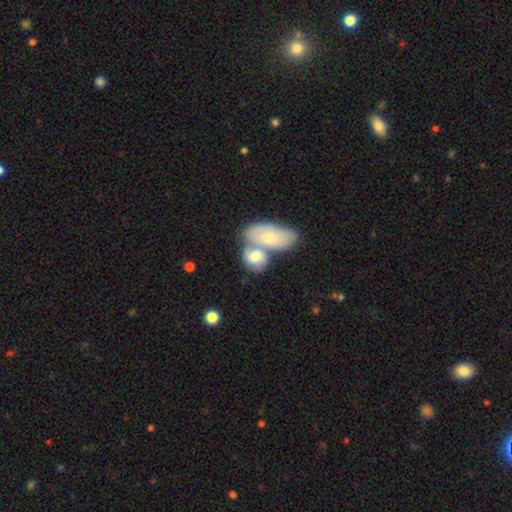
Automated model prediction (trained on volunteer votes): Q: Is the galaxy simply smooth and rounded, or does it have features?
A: smooth — 57%.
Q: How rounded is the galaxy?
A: in between — 77%.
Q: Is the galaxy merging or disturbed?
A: merger — 62%.